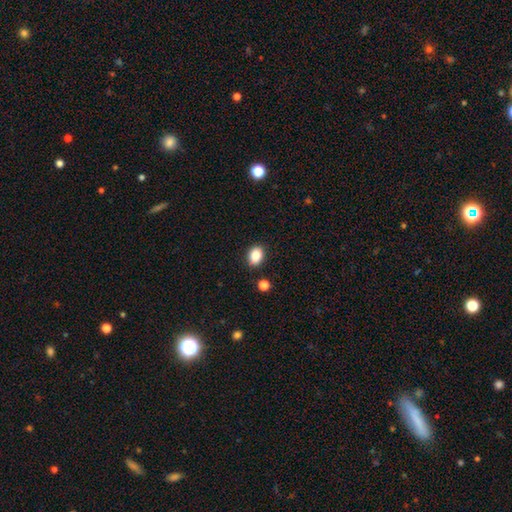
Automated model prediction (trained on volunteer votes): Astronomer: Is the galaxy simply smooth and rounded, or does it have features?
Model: smooth — 87%.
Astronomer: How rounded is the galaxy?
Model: in between — 69%.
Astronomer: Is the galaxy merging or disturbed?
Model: none — 85%.